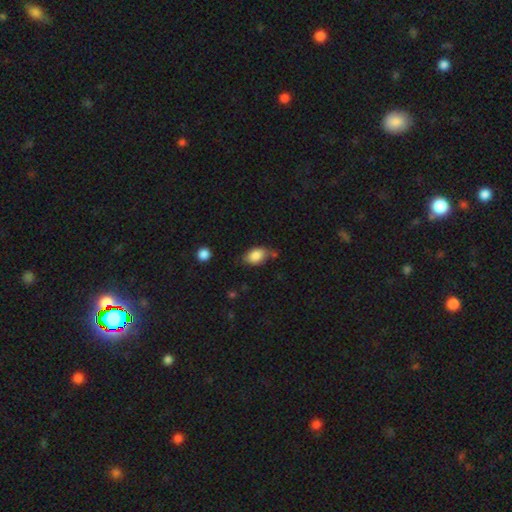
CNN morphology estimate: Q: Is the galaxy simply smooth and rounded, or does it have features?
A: smooth — 85%.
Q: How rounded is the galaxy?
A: in between — 85%.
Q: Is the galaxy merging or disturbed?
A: none — 62%.